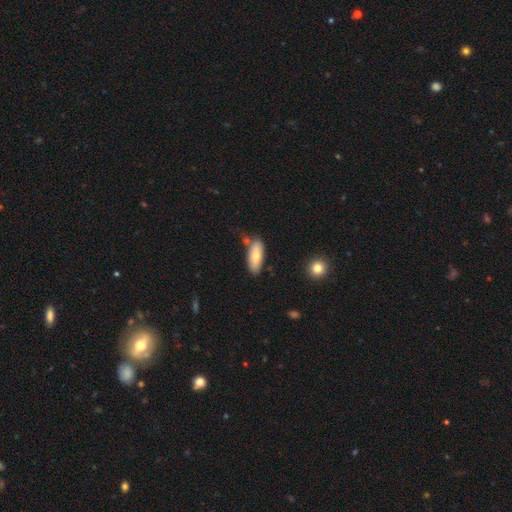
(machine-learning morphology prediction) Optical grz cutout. It shows a smooth galaxy with no disk features (74%) that is in between round and cigar-shaped (75%). Merging: none (69%).